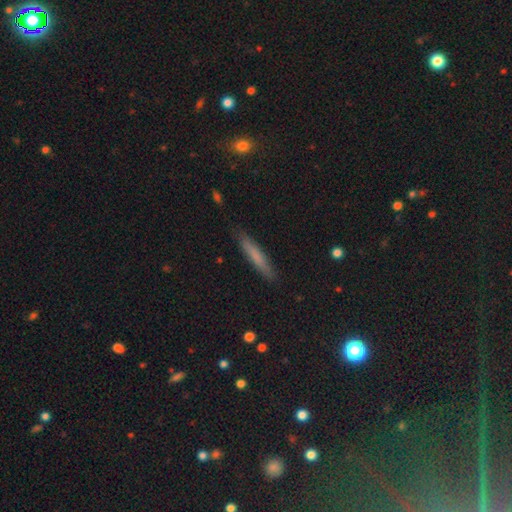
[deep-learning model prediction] smooth_or_featured: smooth (p=0.71) [alt: featured or disk p=0.22]
how_rounded: cigar-shaped (p=0.93) [alt: in between p=0.05]
merging: none (p=0.88) [alt: minor disturbance p=0.09]